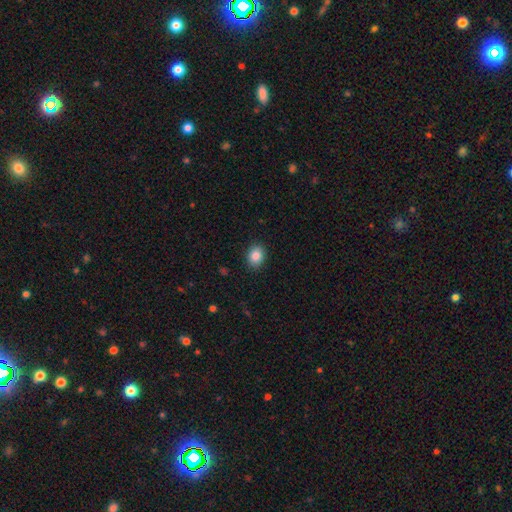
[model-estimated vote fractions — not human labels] Smooth or featured? smooth (86%)
How rounded? in between (50%, tied with round)
Merging? none (89%)